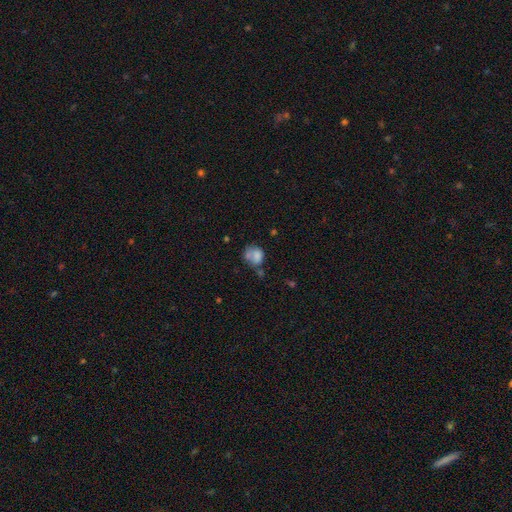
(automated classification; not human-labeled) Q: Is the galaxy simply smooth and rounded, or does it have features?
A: smooth — 71%.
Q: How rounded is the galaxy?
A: round — 55%.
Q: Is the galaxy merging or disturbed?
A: none — 32%.